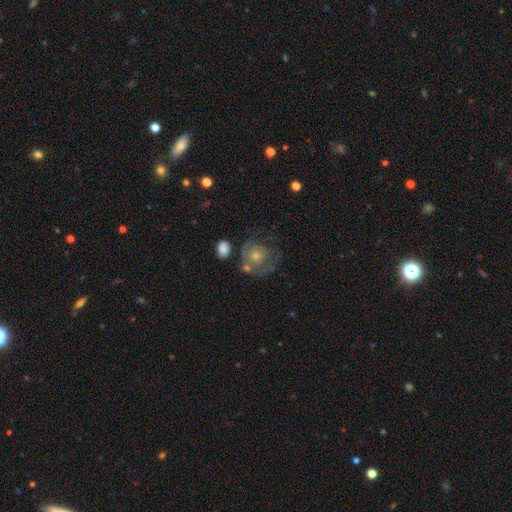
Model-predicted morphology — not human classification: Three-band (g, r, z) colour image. It shows a featured or disk galaxy (56%) with no bar (87%), spiral arms (57%) and a small central bulge (50%). Merging: none (52%).